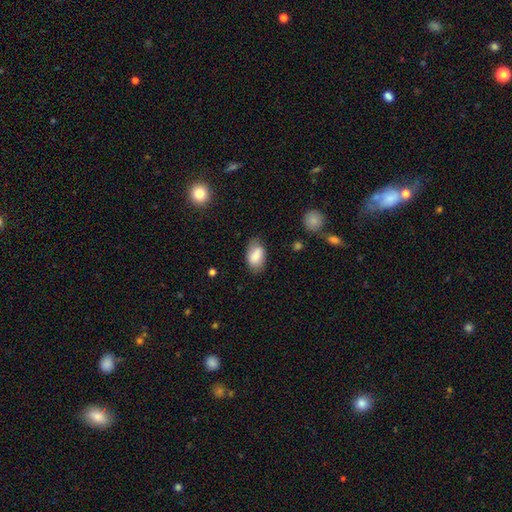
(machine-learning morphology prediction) Smooth or featured: smooth — 79% (featured or disk — 14%)
How rounded: in between — 92% (round — 6%)
Merging: none — 67% (minor disturbance — 24%)